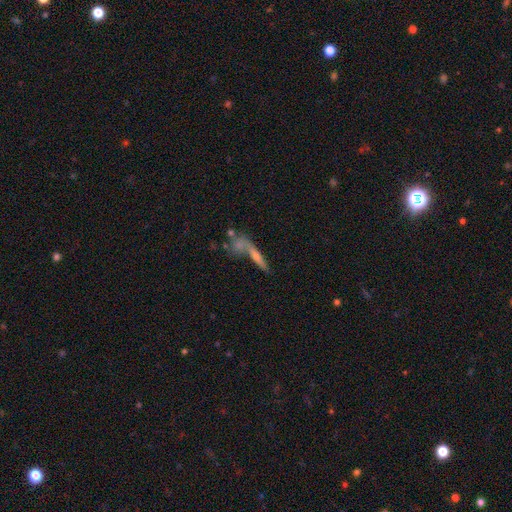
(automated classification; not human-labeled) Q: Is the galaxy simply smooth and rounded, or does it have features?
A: featured or disk — 48%.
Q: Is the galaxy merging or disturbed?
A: none — 39%.